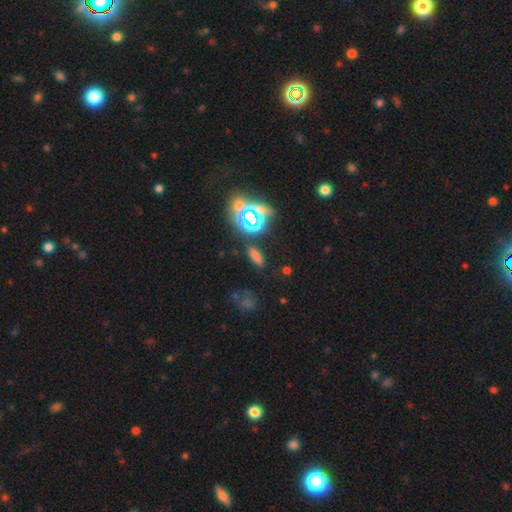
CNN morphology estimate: A smooth galaxy with no disk features (60%) that is in between round and cigar-shaped (62%).

Vote fractions:
- Smooth or featured? smooth: 60% / star or artifact: 30% / featured or disk: 10%
- How rounded? in between: 62% / cigar-shaped: 30% / round: 8%
- Merging? none: 81% / minor disturbance: 10% / major disturbance: 4% / merger: 4%